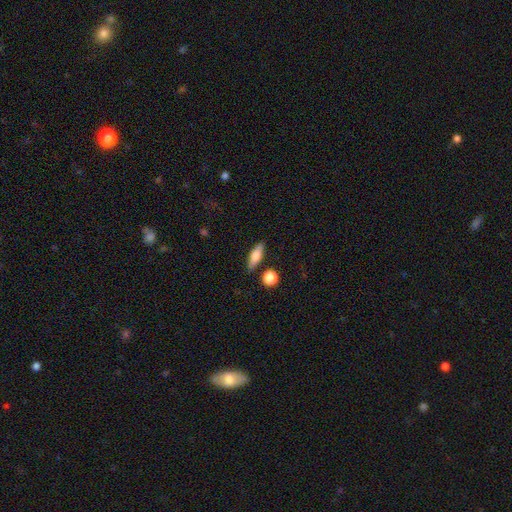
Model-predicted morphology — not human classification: smooth_or_featured: smooth (p=0.58) [alt: featured or disk p=0.34]
how_rounded: in between (p=0.49) [alt: cigar-shaped p=0.46]
merging: none (p=0.83) [alt: minor disturbance p=0.10]